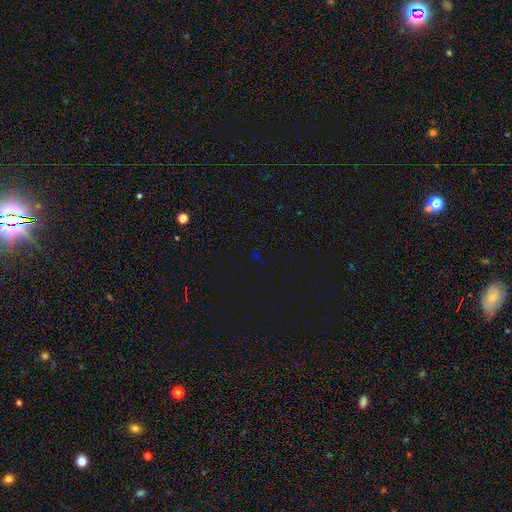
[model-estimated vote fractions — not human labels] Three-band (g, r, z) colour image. It shows a star or artifact, not a galaxy (70%).